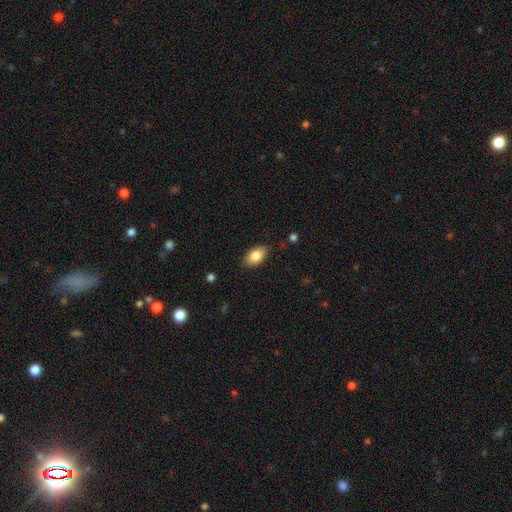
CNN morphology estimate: Smooth or featured? Predicted: smooth (p=0.83). How rounded? Predicted: in between (p=0.92). Merging? Predicted: none (p=0.85).